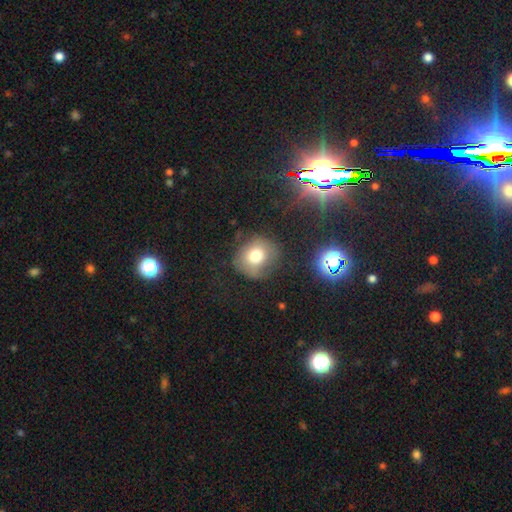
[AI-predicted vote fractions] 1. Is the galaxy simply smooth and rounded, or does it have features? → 71% smooth, 15% featured or disk, 14% star or artifact.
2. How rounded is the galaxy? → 77% round, 22% in between, 1% cigar-shaped.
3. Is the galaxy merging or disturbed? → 68% none, 20% minor disturbance, 9% major disturbance, 3% merger.